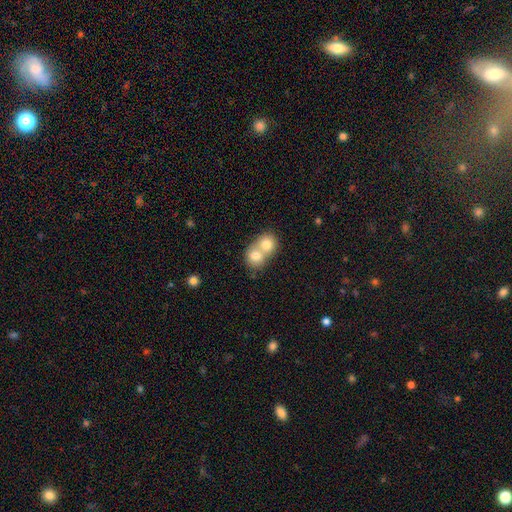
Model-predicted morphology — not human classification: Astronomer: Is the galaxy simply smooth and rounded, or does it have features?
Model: smooth — 75%.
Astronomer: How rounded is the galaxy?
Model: round — 74%.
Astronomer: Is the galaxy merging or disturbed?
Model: merger — 73%.